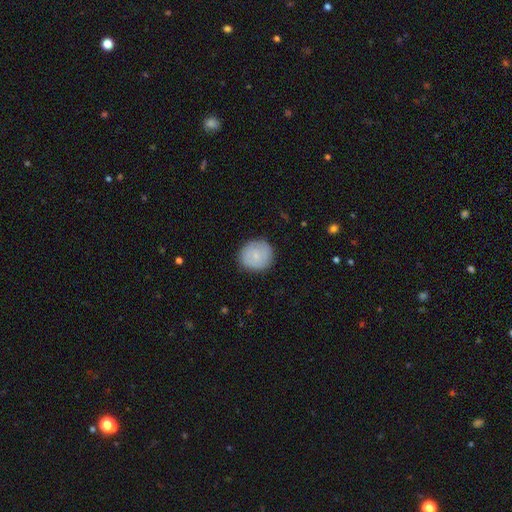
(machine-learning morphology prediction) The model was most divided on "smooth or featured": smooth: 69%, featured or disk: 24%, star or artifact: 7%. More confident: how rounded — round (90%); merging — none (87%).